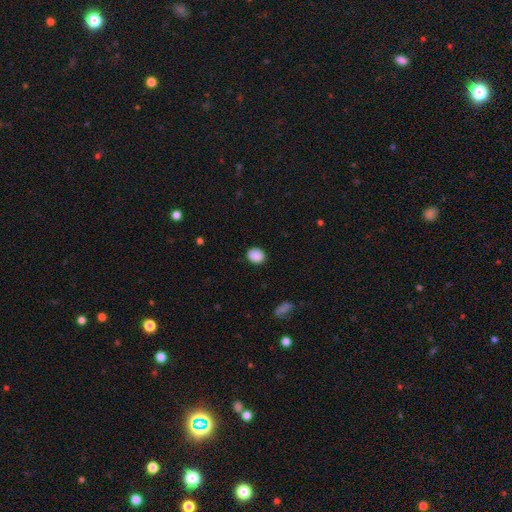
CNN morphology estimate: Overall: smooth (89%). How rounded: round (61%; in between 38%). Merging: none (86%).